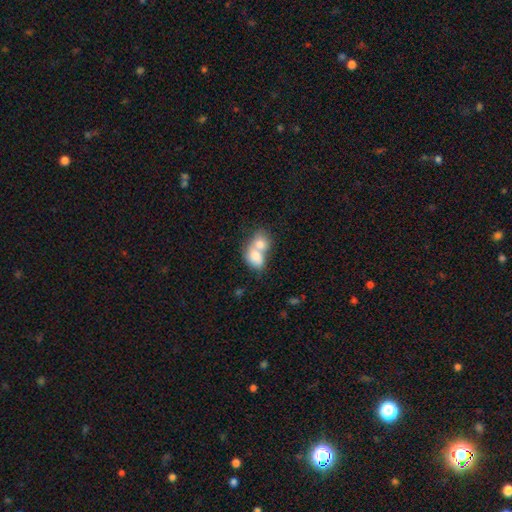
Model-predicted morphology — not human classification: Smooth or featured? smooth (74%)
How rounded? in between (68%)
Merging? merger (77%)